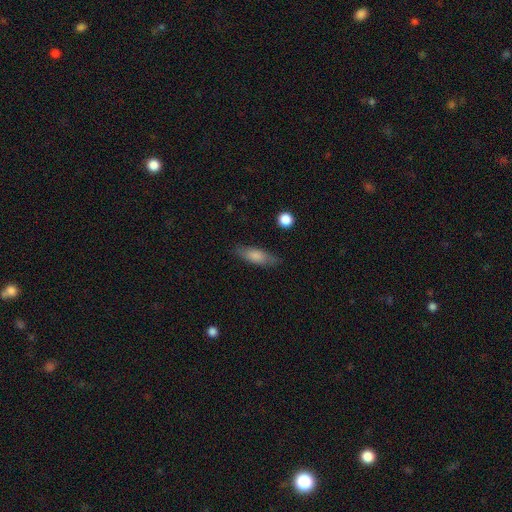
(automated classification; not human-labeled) smooth-or-featured: smooth: 76% | featured or disk: 17% | star or artifact: 7%
  how-rounded: in between: 59% | cigar-shaped: 38% | round: 3%
  merging: none: 79% | minor disturbance: 16% | major disturbance: 4% | merger: 1%